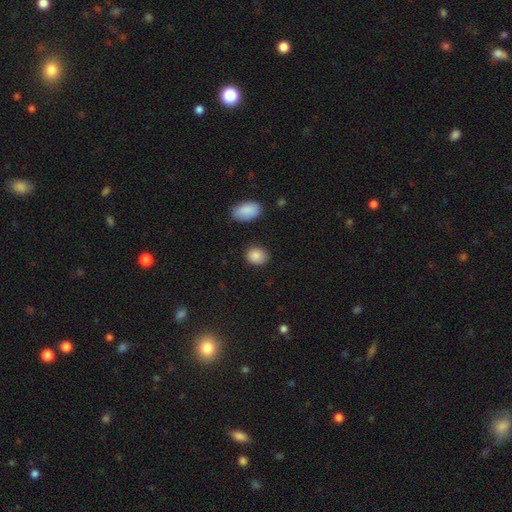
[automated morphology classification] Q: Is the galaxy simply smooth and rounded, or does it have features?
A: smooth — 88%.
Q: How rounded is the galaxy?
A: in between — 52%.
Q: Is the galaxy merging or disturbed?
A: none — 85%.